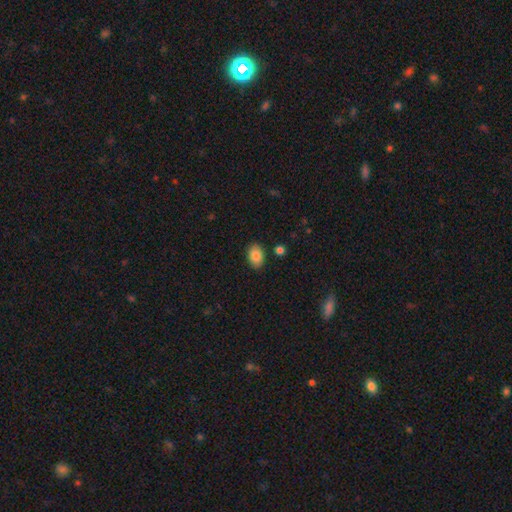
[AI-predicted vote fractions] Smooth or featured? smooth (86%)
How rounded? in between (86%)
Merging? none (87%)